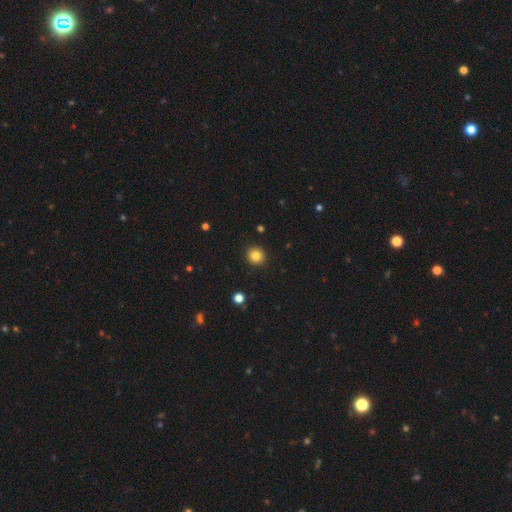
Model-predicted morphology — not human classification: A smooth galaxy with no disk features (84%) that is round (90%).

Vote fractions:
- Smooth or featured? smooth: 84% / star or artifact: 11% / featured or disk: 5%
- How rounded? round: 90% / in between: 9% / cigar-shaped: 1%
- Merging? none: 91% / minor disturbance: 6% / major disturbance: 2% / merger: 1%